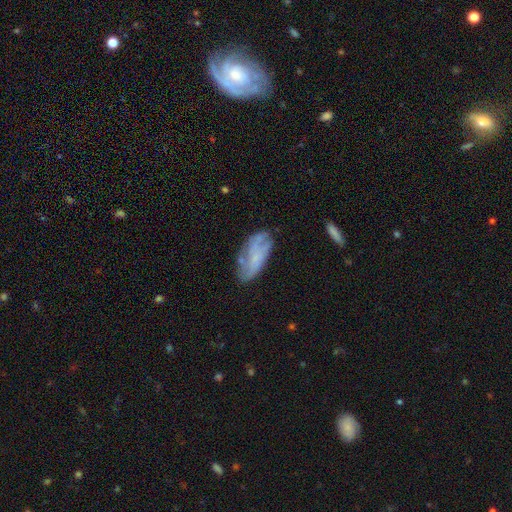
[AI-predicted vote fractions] Overall: featured or disk (52%; smooth 39%). Edge-on disk: no (91%). Merging: none (59%; minor disturbance 25%).